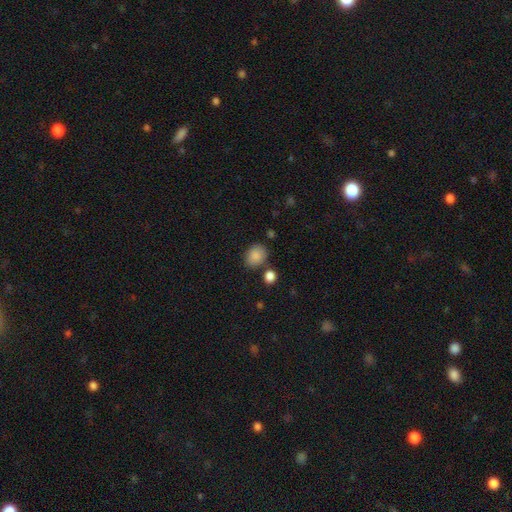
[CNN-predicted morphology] Q: Smooth or featured?
A: smooth (87%); runner-up: star or artifact (9%)
Q: How rounded?
A: in between (54%); runner-up: round (45%)
Q: Merging?
A: none (75%); runner-up: minor disturbance (13%)